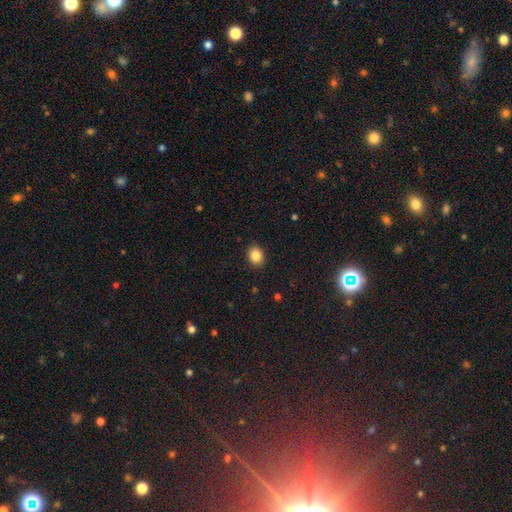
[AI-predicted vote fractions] This is clearly a smooth galaxy (85%). How rounded: possibly round (52%). Merging: clearly none (90%).